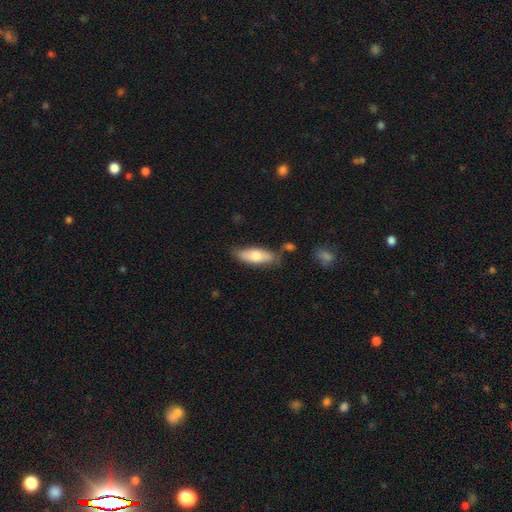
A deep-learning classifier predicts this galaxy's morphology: Q: Smooth or featured?
A: smooth (67%); runner-up: featured or disk (27%)
Q: How rounded?
A: in between (67%); runner-up: cigar-shaped (30%)
Q: Merging?
A: none (72%); runner-up: minor disturbance (19%)